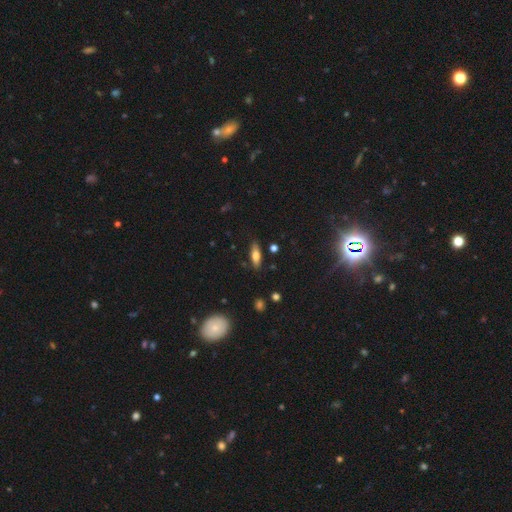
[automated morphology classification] Smooth or featured?
  - smooth: 66% *
  - featured or disk: 26%
  - star or artifact: 8%
How rounded?
  - in between: 55% *
  - cigar-shaped: 42%
  - round: 3%
Merging?
  - none: 85% *
  - minor disturbance: 11%
  - major disturbance: 2%
  - merger: 2%